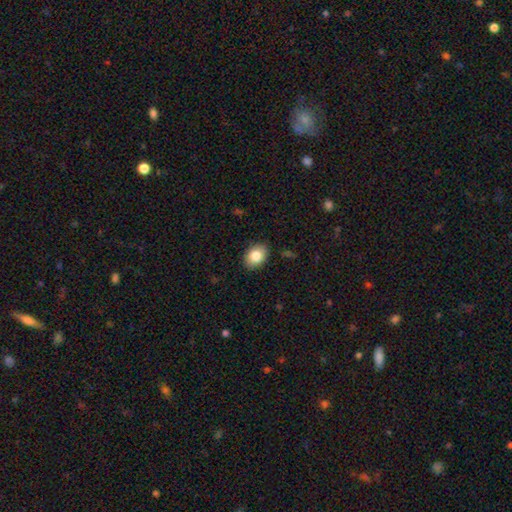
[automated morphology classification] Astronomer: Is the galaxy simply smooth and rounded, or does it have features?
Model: smooth — 84%.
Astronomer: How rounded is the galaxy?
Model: in between — 69%.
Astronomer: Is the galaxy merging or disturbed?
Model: none — 86%.